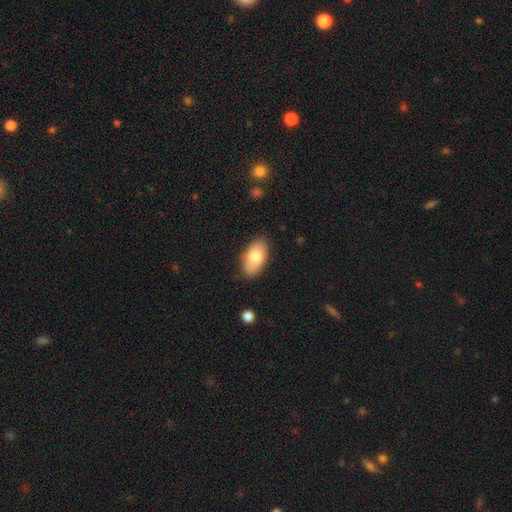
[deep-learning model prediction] Overall: smooth (75%). How rounded: in between (94%). Merging: none (81%).